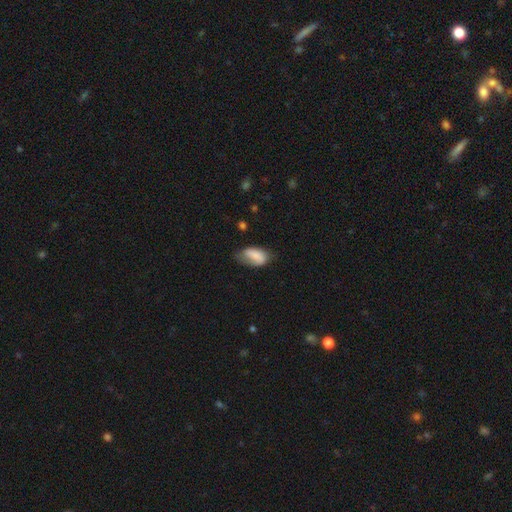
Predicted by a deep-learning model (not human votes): Smooth or featured? Predicted: smooth (p=0.72). How rounded? Predicted: in between (p=0.92). Merging? Predicted: none (p=0.42).